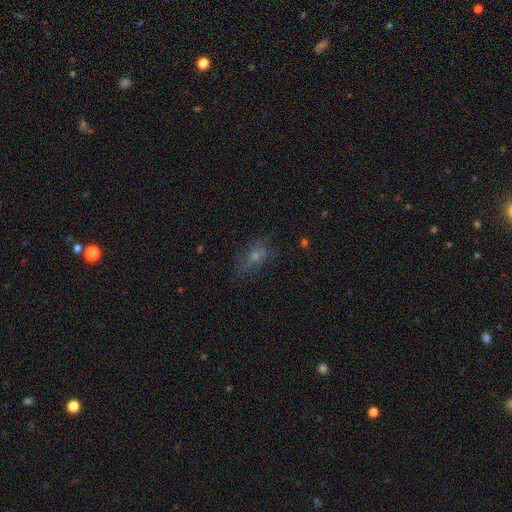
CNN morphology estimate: Smooth or featured: smooth — 48% (featured or disk — 32%)
Merging: none — 60% (minor disturbance — 23%)